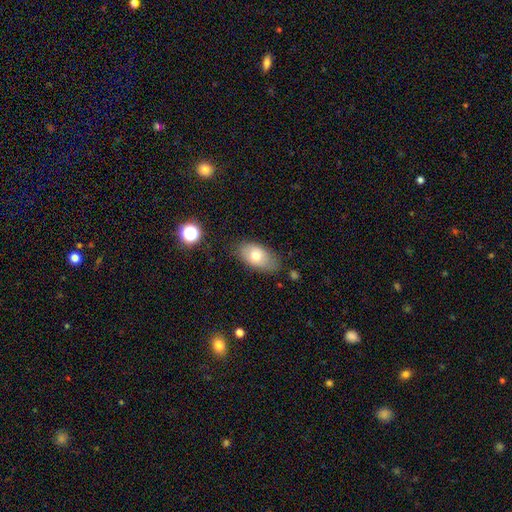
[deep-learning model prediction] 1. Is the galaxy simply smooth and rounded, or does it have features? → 71% smooth, 21% featured or disk, 8% star or artifact.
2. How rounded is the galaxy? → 91% in between, 6% round, 3% cigar-shaped.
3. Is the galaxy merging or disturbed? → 74% none, 19% minor disturbance, 4% major disturbance, 2% merger.